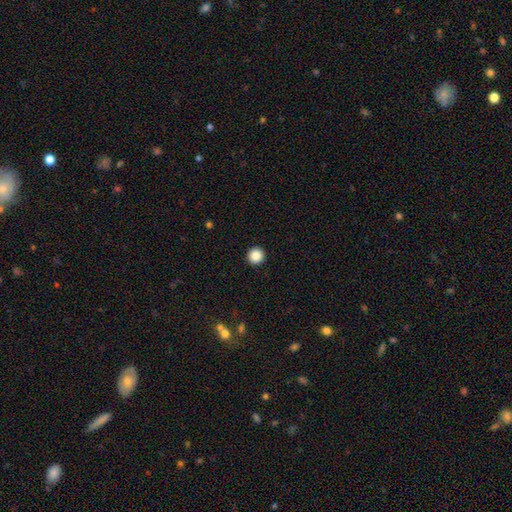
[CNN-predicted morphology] This is clearly a smooth galaxy (87%). How rounded: clearly round (96%). Merging: clearly none (94%).